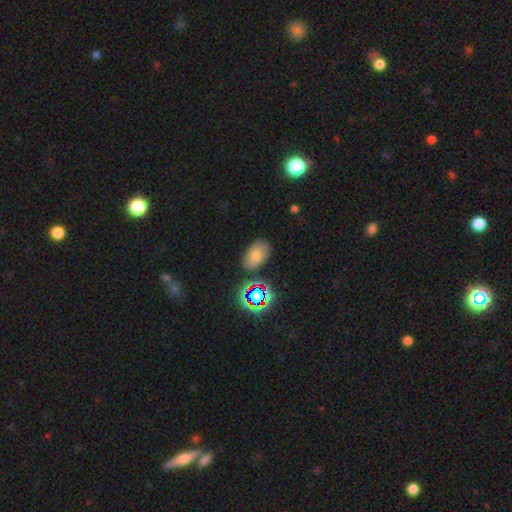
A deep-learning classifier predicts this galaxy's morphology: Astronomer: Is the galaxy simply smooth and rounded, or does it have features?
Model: smooth — 60%.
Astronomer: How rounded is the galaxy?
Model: in between — 86%.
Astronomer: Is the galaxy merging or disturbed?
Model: none — 77%.